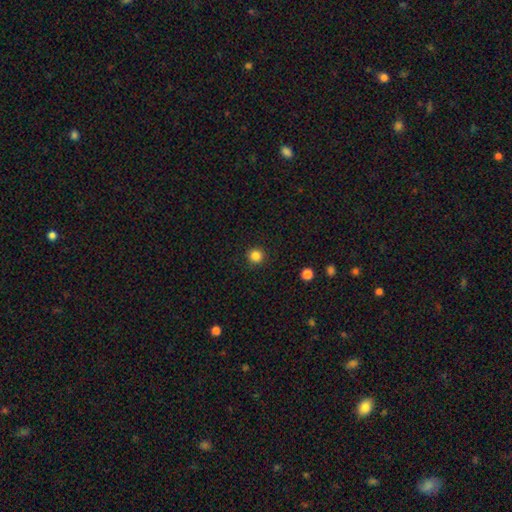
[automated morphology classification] Smooth or featured: smooth — 84% (star or artifact — 12%)
How rounded: round — 95% (in between — 4%)
Merging: none — 92% (minor disturbance — 5%)